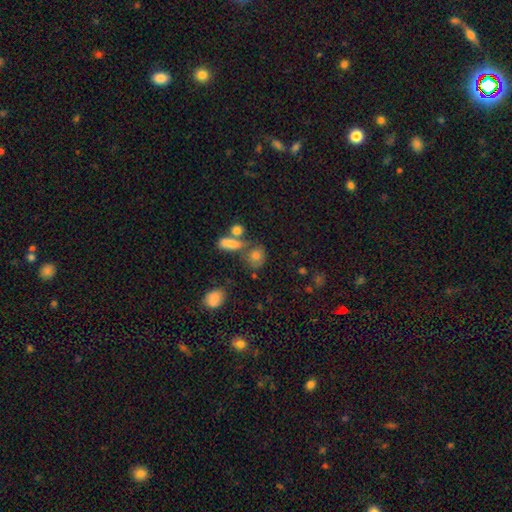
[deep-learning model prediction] Q: Smooth or featured?
A: smooth (76%); runner-up: star or artifact (12%)
Q: How rounded?
A: round (49%); runner-up: in between (45%)
Q: Merging?
A: none (52%); runner-up: merger (25%)